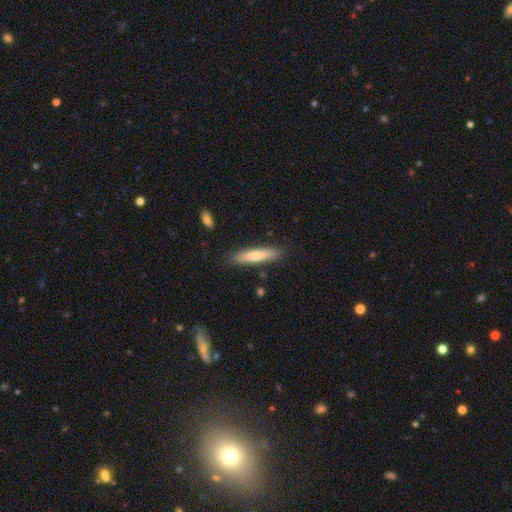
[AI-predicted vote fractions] The model was most divided on "smooth or featured": smooth: 74%, featured or disk: 20%, star or artifact: 5%. More confident: merging — none (86%); how rounded — cigar-shaped (85%).